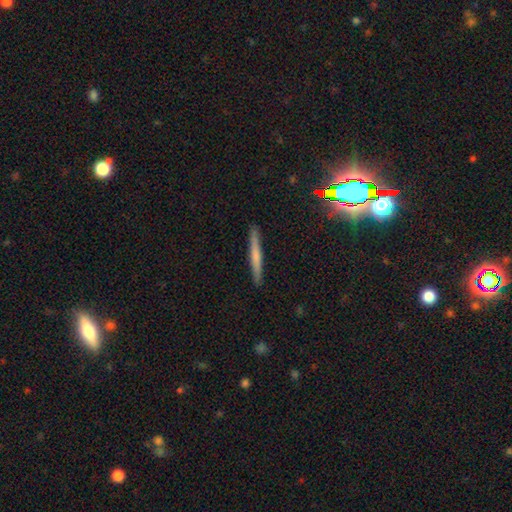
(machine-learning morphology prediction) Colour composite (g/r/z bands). It shows a smooth galaxy with no disk features (52%) that is cigar-shaped (96%). Merging: none (91%).